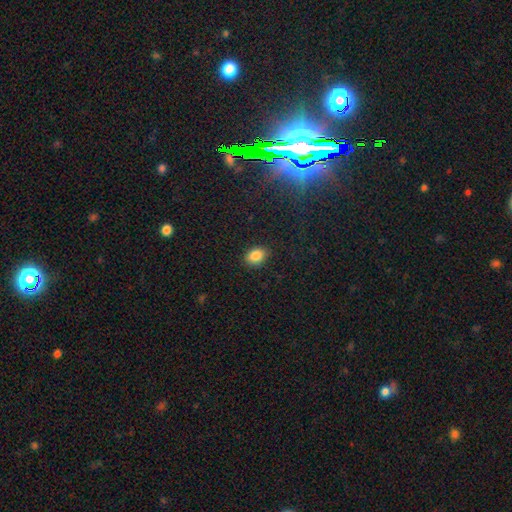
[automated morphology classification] smooth-or-featured: smooth: 86% | star or artifact: 9% | featured or disk: 5%
  how-rounded: in between: 69% | round: 30% | cigar-shaped: 1%
  merging: none: 88% | minor disturbance: 9% | major disturbance: 2% | merger: 1%